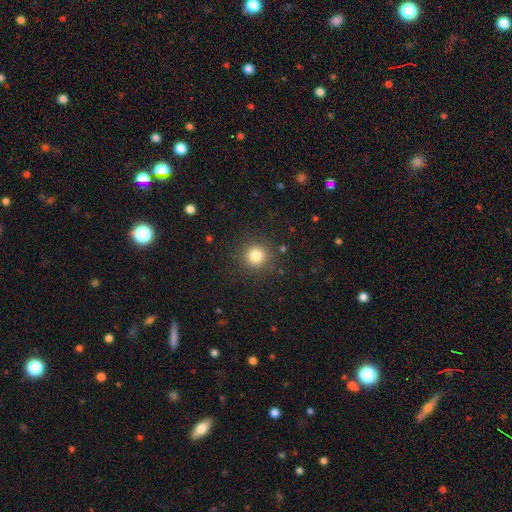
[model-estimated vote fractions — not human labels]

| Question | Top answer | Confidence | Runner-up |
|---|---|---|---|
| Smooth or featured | smooth | 81% | star or artifact (13%) |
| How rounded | round | 94% | in between (5%) |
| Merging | none | 89% | minor disturbance (7%) |